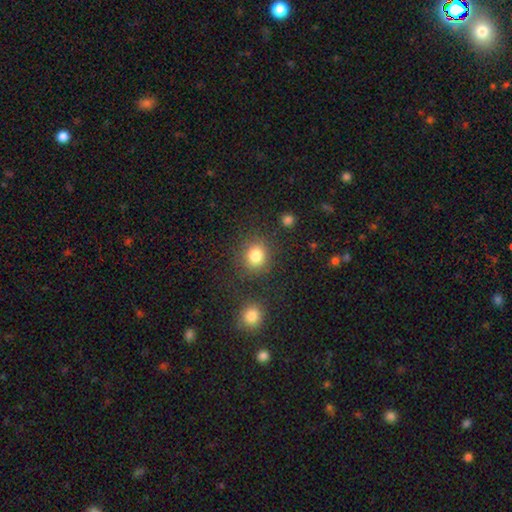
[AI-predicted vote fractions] smooth-or-featured: smooth: 83% | star or artifact: 11% | featured or disk: 5%
  how-rounded: round: 79% | in between: 20% | cigar-shaped: 1%
  merging: none: 81% | minor disturbance: 9% | merger: 6% | major disturbance: 4%